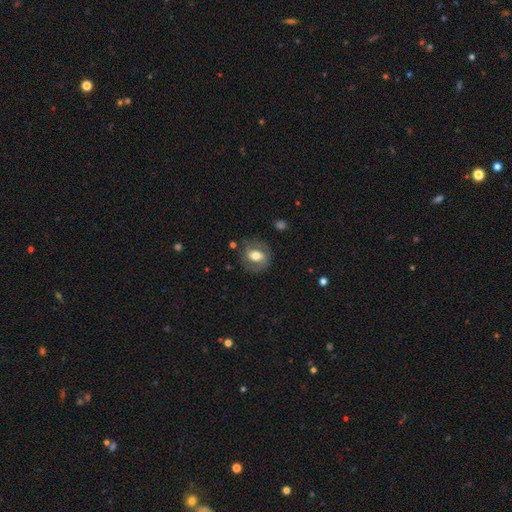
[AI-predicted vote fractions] A smooth galaxy with no disk features (50%) that is round (52%). Merging: none (73%).